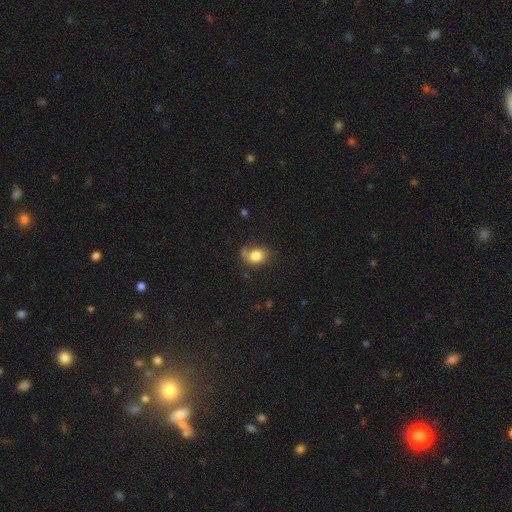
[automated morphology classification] This is likely a smooth galaxy (77%). How rounded: possibly in between (59%). Merging: possibly none (56%).